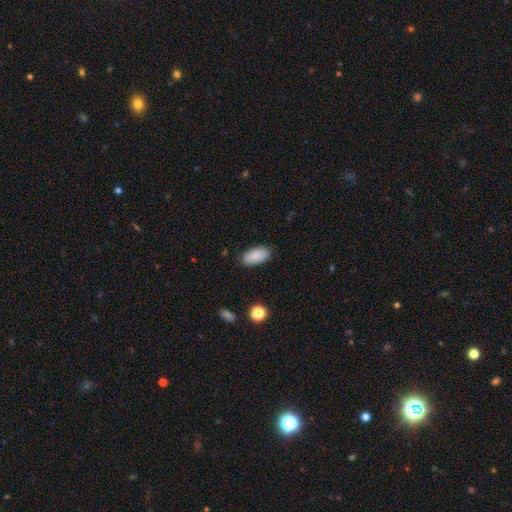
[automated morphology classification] smooth 87%, star or artifact 7%, featured or disk 6%. Down the decision tree: how rounded — in between (93%); merging — none (87%).